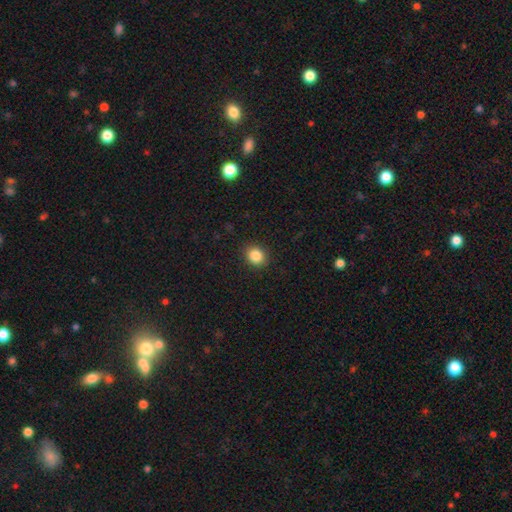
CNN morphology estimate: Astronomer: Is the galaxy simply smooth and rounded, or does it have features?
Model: smooth — 86%.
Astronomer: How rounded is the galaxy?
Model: round — 68%.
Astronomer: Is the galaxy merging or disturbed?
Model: none — 89%.